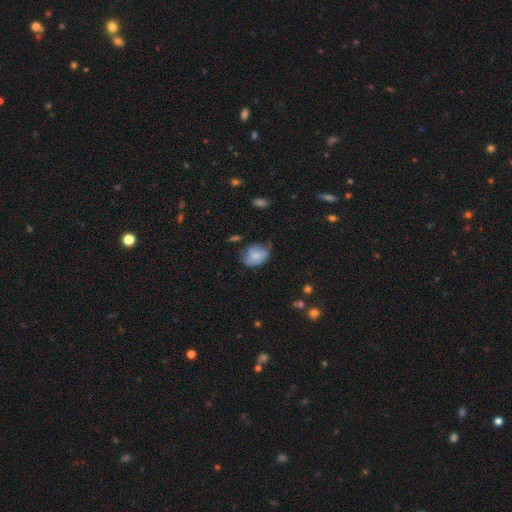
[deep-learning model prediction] smooth-or-featured: smooth: 68% | featured or disk: 24% | star or artifact: 8%
  how-rounded: in between: 70% | round: 29% | cigar-shaped: 1%
  merging: none: 48% | minor disturbance: 36% | major disturbance: 13% | merger: 3%